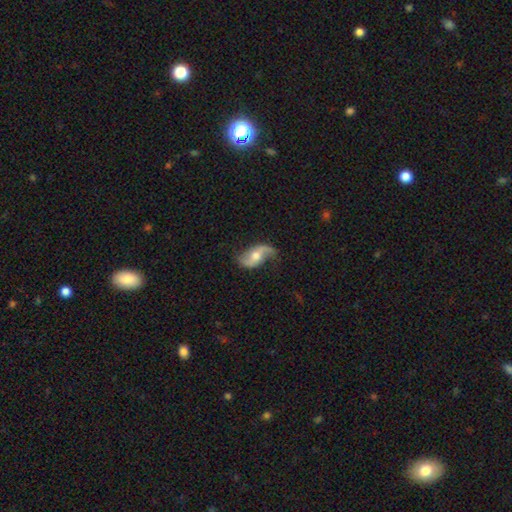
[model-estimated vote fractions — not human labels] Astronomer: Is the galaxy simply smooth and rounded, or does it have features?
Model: featured or disk — 78%.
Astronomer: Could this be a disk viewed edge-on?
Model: no — 95%.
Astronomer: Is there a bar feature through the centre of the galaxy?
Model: no — 54% (runner-up: weak, 34%).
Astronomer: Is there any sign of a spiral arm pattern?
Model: yes — 93%.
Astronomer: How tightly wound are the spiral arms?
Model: loose — 79%.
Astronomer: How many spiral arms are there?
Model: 2 — 90%.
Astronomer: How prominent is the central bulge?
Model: moderate — 66%.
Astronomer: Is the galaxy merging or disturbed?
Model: none — 71%.